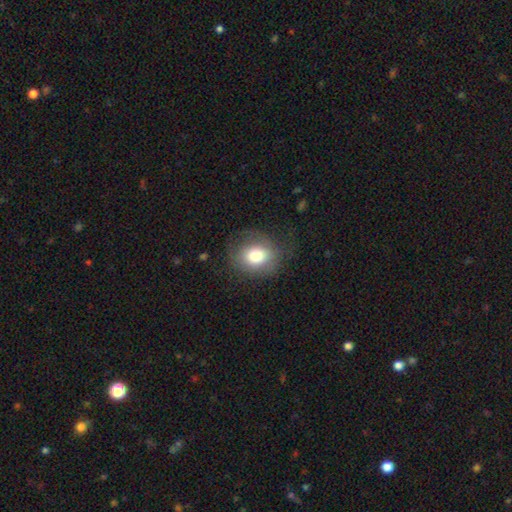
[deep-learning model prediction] Smooth or featured? smooth (76%)
How rounded? round (66%)
Merging? none (70%)